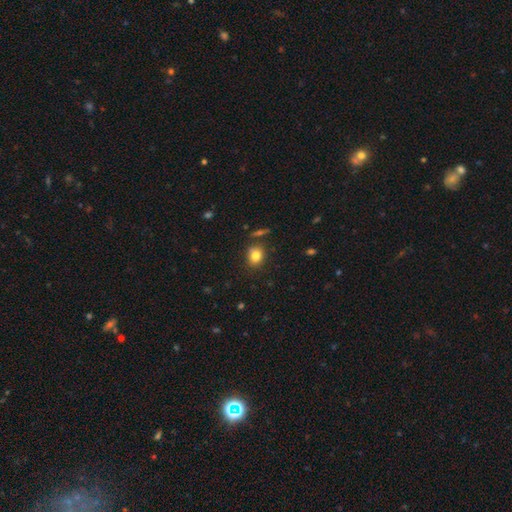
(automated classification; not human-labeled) Overall: smooth (81%). How rounded: round (54%; in between 45%). Merging: none (76%).